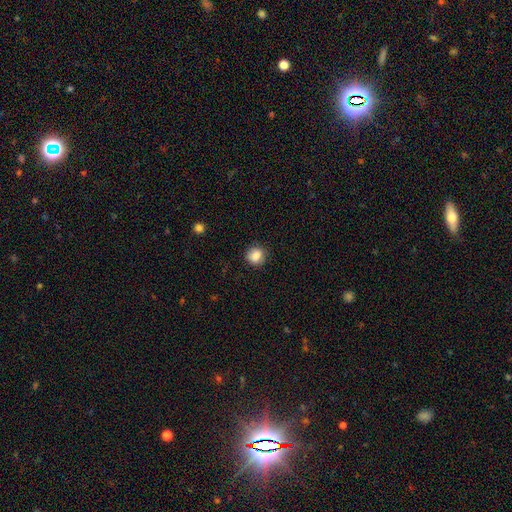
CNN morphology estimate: Smooth or featured: smooth — 84% (star or artifact — 9%)
How rounded: round — 77% (in between — 22%)
Merging: none — 84% (minor disturbance — 12%)